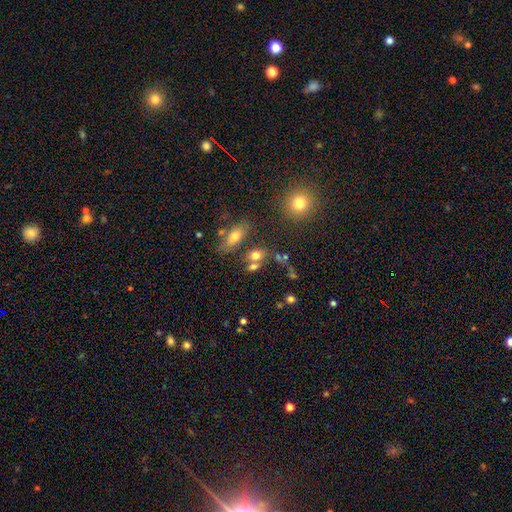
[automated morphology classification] smooth_or_featured: smooth (p=0.72) [alt: star or artifact p=0.14]
how_rounded: in between (p=0.61) [alt: round p=0.33]
merging: none (p=0.45) [alt: merger p=0.37]